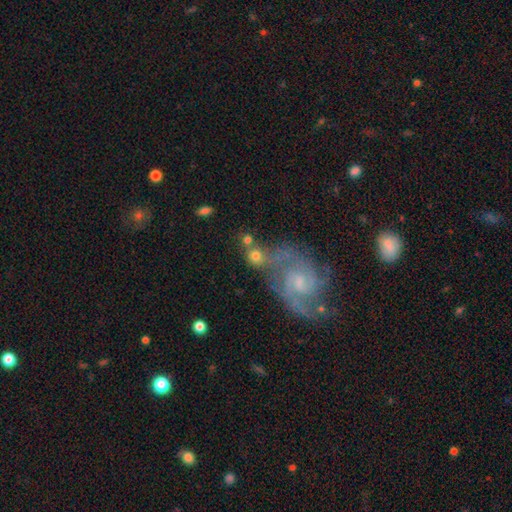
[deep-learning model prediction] Morphology: type=smooth (56%); roundness=round (79%); merging=none (45%).